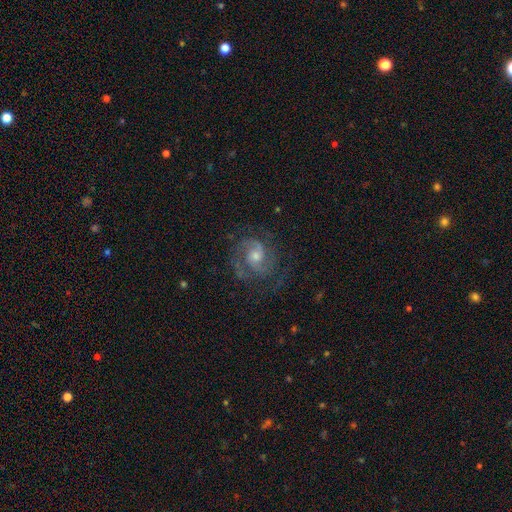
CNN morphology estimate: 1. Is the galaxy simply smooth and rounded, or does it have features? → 86% featured or disk, 7% smooth, 7% star or artifact.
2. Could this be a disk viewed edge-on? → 98% no, 2% yes.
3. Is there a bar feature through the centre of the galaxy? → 57% no, 37% weak, 6% strong.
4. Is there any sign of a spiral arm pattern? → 96% yes, 4% no.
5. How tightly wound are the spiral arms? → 50% medium, 39% tight, 12% loose.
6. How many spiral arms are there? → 77% 2, 8% can't tell, 8% 3, 3% 1, 2% 4, 2% more than 4.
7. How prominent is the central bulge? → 50% moderate, 42% small, 4% large, 3% none, 1% dominant.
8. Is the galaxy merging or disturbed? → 71% none, 17% minor disturbance, 11% major disturbance, 1% merger.